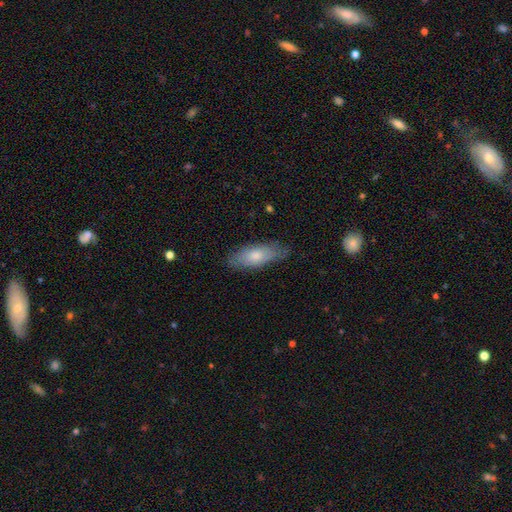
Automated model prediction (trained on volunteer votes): Overall: smooth (71%). How rounded: in between (73%). Merging: none (76%).